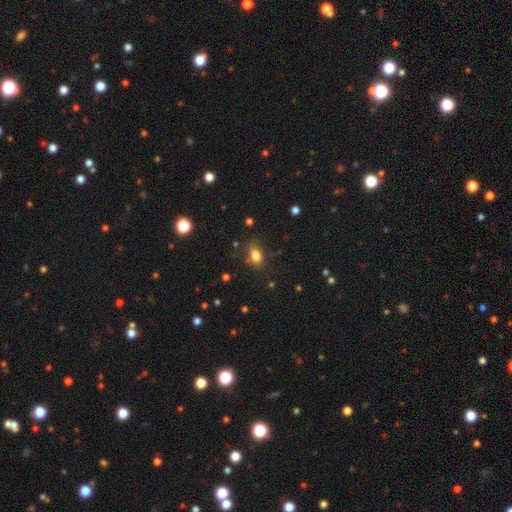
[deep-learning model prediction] A smooth galaxy with no disk features (80%) that is in between round and cigar-shaped (78%). Merging: none (74%).